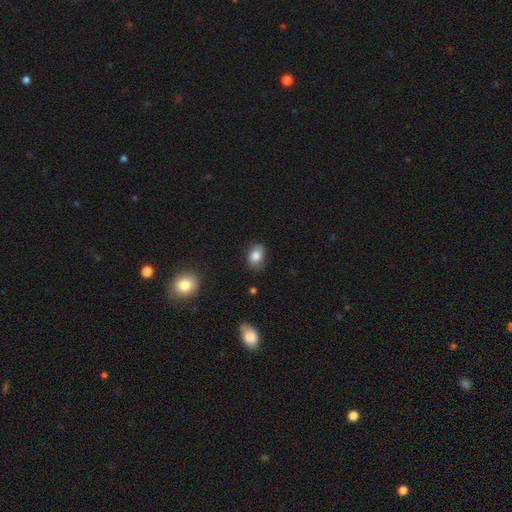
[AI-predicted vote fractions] A smooth galaxy with no disk features (84%) that is in between round and cigar-shaped (79%). Merging: none (75%).